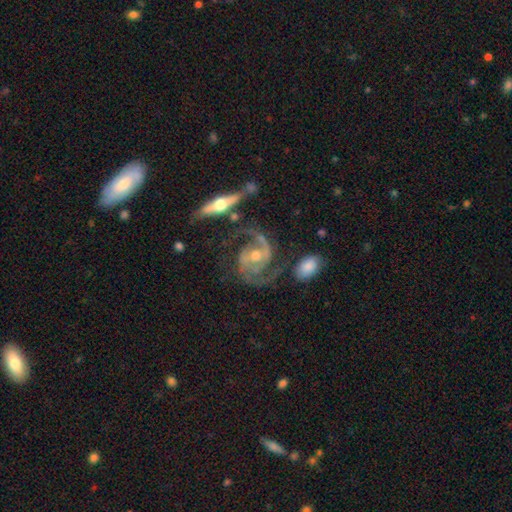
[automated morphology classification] Smooth or featured?
  - featured or disk: 91% *
  - star or artifact: 5%
  - smooth: 4%
Edge-on disk?
  - no: 96% *
  - yes: 4%
Bar?
  - no: 53% *
  - weak: 33%
  - strong: 14%
Spiral arms?
  - yes: 98% *
  - no: 2%
Spiral winding?
  - medium: 53% *
  - tight: 35%
  - loose: 12%
Spiral arm count?
  - 2: 85% *
  - 3: 6%
  - can't tell: 4%
  - 1: 2%
  - 4: 2%
  - more than 4: 2%
Bulge size?
  - moderate: 60% *
  - small: 34%
  - large: 4%
  - none: 2%
  - dominant: 1%
Merging?
  - none: 60% *
  - minor disturbance: 20%
  - major disturbance: 13%
  - merger: 8%